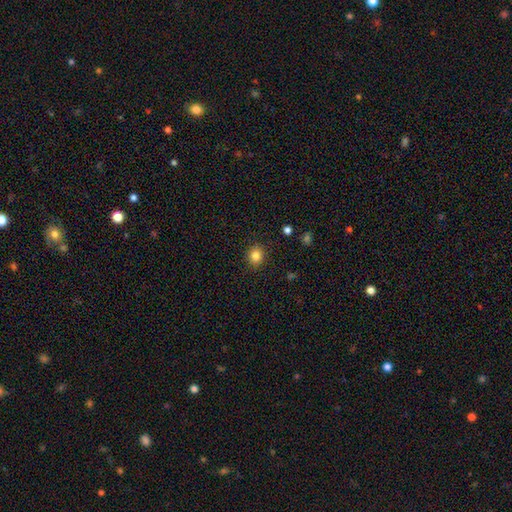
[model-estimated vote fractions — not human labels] smooth 83%, star or artifact 11%, featured or disk 5%. Down the decision tree: how rounded — round (77%); merging — none (89%).